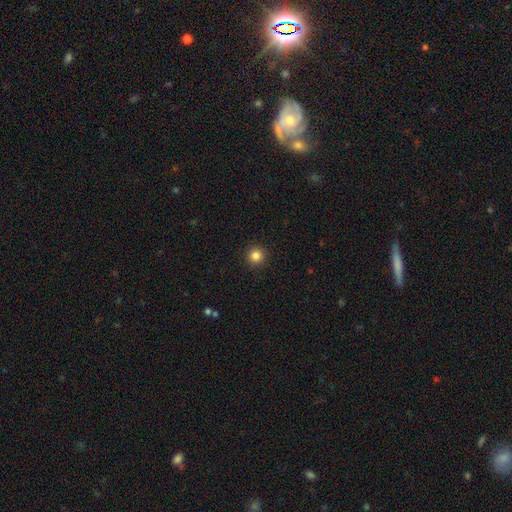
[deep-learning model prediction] Smooth or featured? smooth (84%)
How rounded? round (95%)
Merging? none (93%)